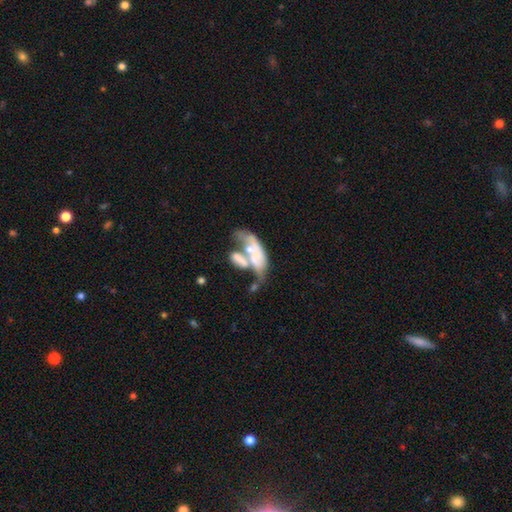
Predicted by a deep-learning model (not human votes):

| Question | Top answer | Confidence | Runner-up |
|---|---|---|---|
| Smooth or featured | featured or disk | 48% | smooth (43%) |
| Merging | merger | 61% | major disturbance (19%) |